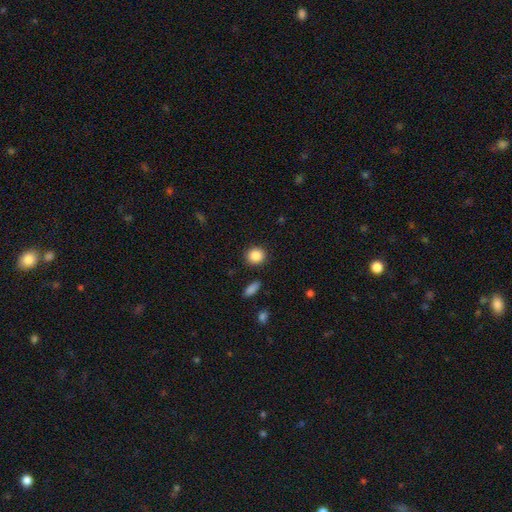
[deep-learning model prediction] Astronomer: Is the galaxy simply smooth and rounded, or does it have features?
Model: smooth — 88%.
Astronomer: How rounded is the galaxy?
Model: round — 87%.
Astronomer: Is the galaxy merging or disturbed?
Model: none — 90%.